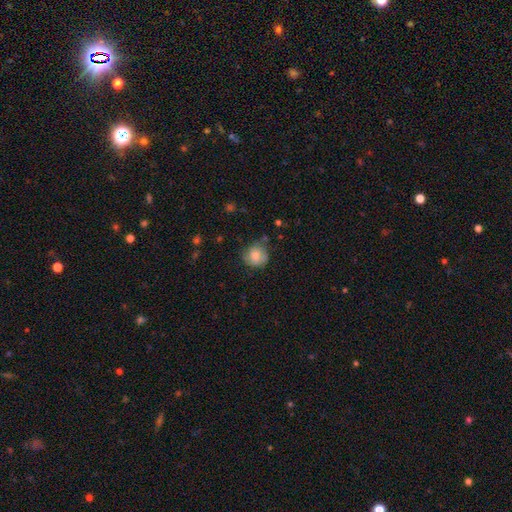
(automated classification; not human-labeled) smooth 72%, featured or disk 20%, star or artifact 8%. Down the decision tree: how rounded — round (85%); merging — none (63%).